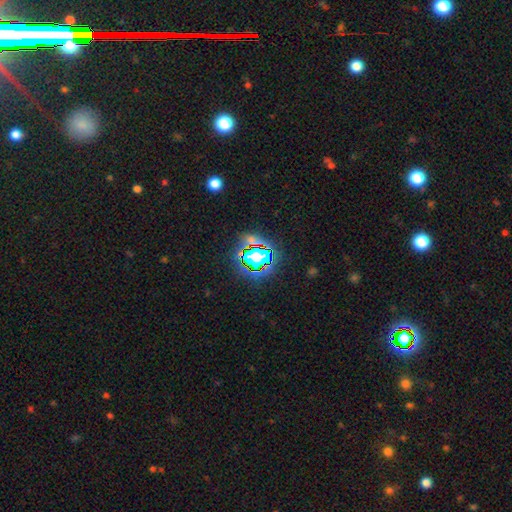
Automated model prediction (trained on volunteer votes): Smooth or featured?
  - star or artifact: 71% *
  - smooth: 19%
  - featured or disk: 10%